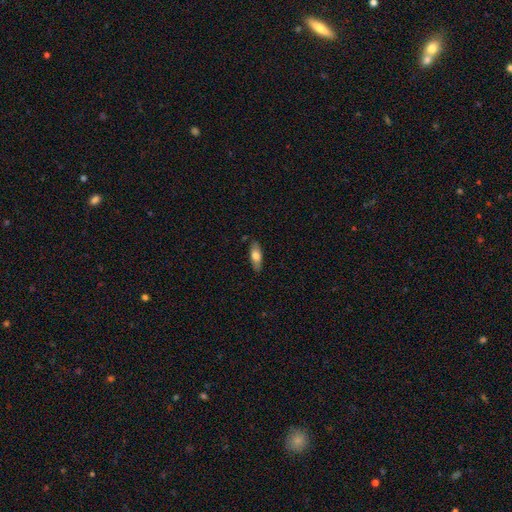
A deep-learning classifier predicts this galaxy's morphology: Smooth or featured: smooth — 70% (featured or disk — 24%)
How rounded: in between — 72% (cigar-shaped — 26%)
Merging: none — 84% (minor disturbance — 12%)